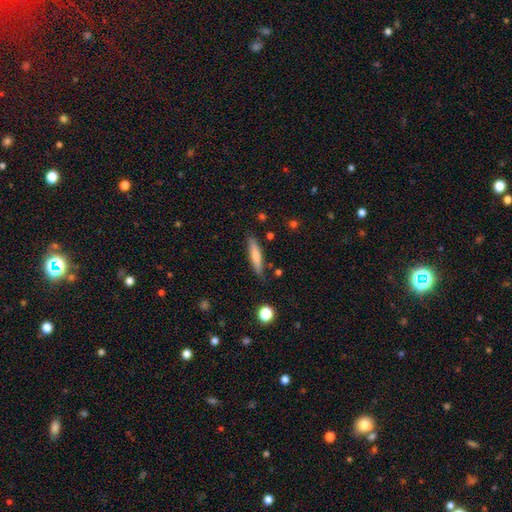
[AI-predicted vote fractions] Morphology: type=smooth (70%); roundness=cigar-shaped (86%); merging=none (84%).